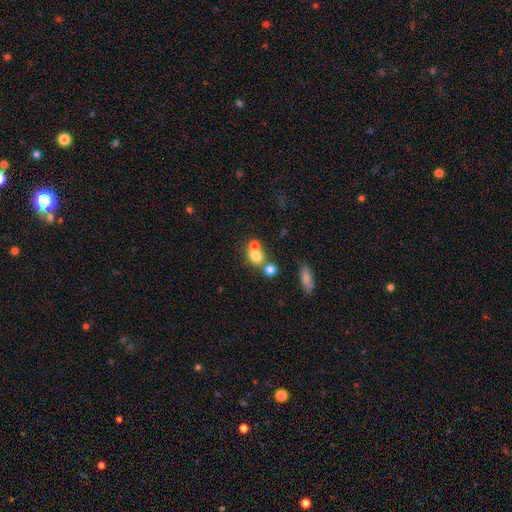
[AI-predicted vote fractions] smooth_or_featured: smooth (p=0.73) [alt: featured or disk p=0.14]
how_rounded: round (p=0.73) [alt: in between p=0.25]
merging: merger (p=0.49) [alt: none p=0.39]